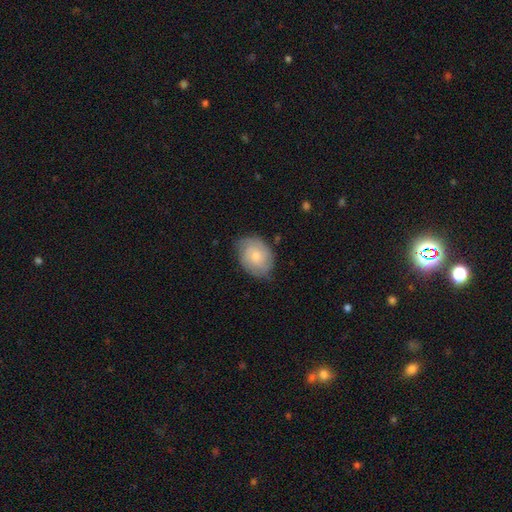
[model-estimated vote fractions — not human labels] Morphology: type=smooth (52%); roundness=in between (63%); merging=none (71%).